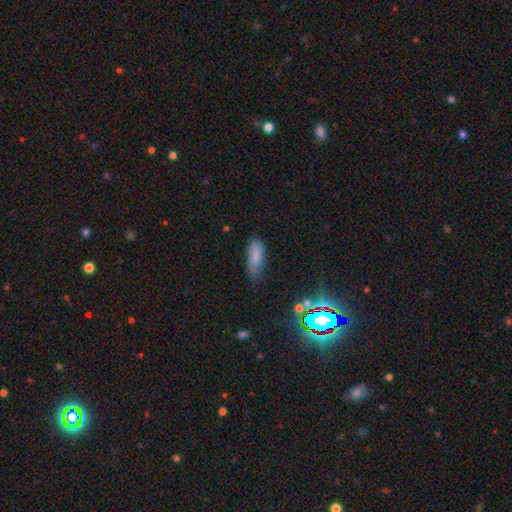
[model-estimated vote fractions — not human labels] A smooth galaxy with no disk features (77%) that is in between round and cigar-shaped (64%). Merging: none (52%).